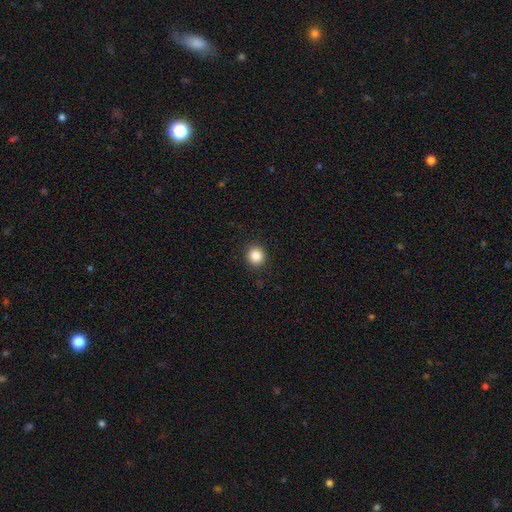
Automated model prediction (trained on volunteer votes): A smooth galaxy with no disk features (85%) that is round (92%).

Vote fractions:
- Smooth or featured? smooth: 85% / star or artifact: 11% / featured or disk: 4%
- How rounded? round: 92% / in between: 7% / cigar-shaped: 1%
- Merging? none: 92% / minor disturbance: 5% / major disturbance: 2% / merger: 1%